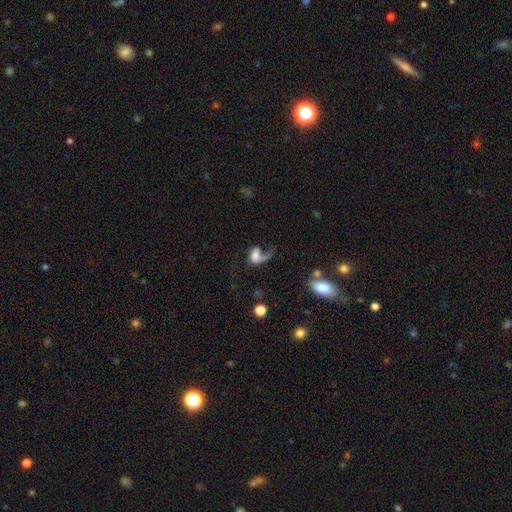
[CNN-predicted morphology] type=featured or disk (47%); merging=major disturbance (48%).